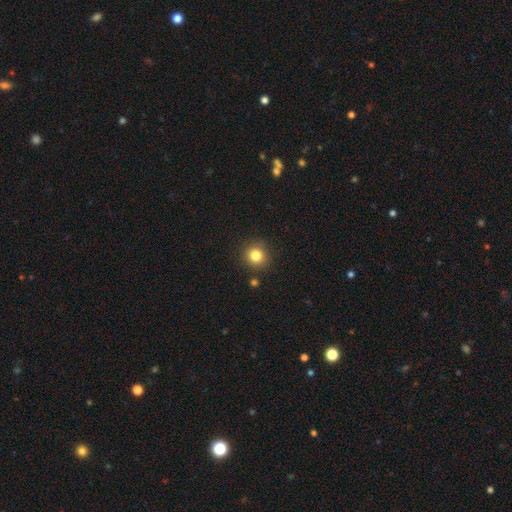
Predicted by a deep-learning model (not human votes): Q: Smooth or featured?
A: smooth (83%); runner-up: star or artifact (12%)
Q: How rounded?
A: round (92%); runner-up: in between (8%)
Q: Merging?
A: none (87%); runner-up: minor disturbance (8%)